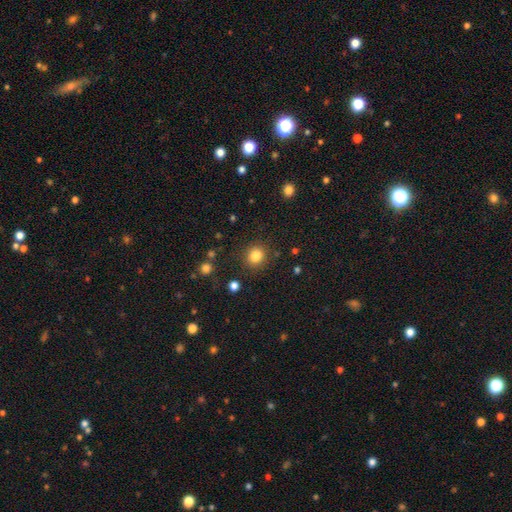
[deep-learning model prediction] A smooth galaxy with no disk features (83%) that is round (83%). Merging: none (87%).